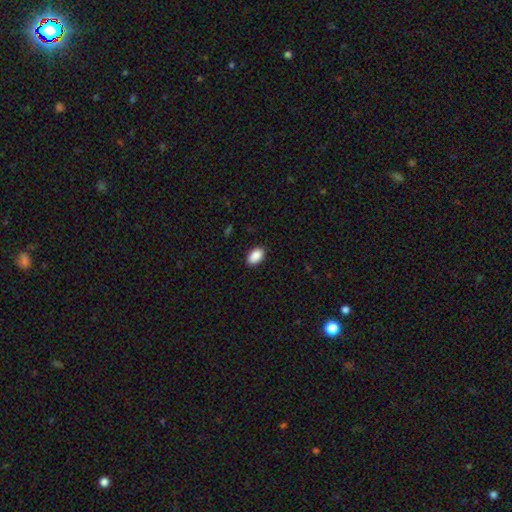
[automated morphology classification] smooth-or-featured: smooth: 90% | star or artifact: 7% | featured or disk: 3%
  how-rounded: in between: 93% | round: 6% | cigar-shaped: 1%
  merging: none: 88% | minor disturbance: 9% | major disturbance: 2% | merger: 1%